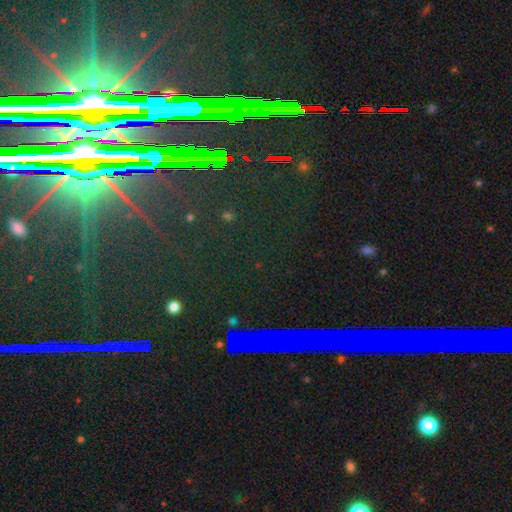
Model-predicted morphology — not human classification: This appears to be a star or artifact, not a galaxy (77%).